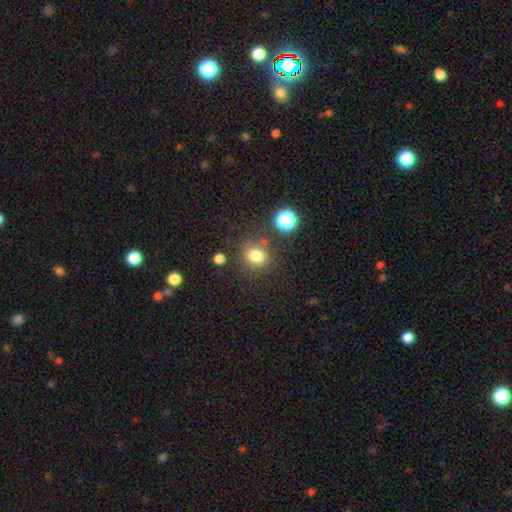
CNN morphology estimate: Smooth or featured? Predicted: smooth (p=0.78). How rounded? Predicted: round (p=0.77). Merging? Predicted: none (p=0.77).